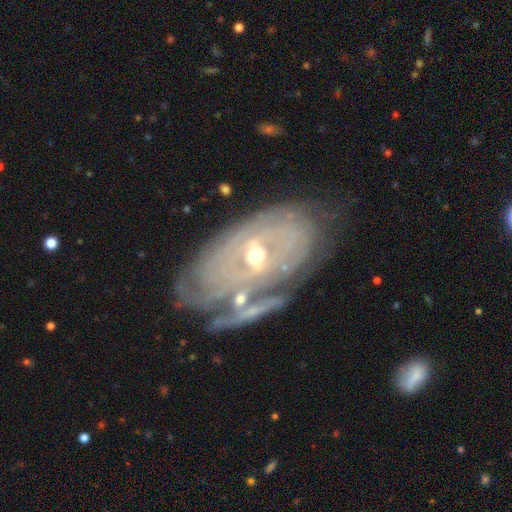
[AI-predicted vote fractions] A featured or disk galaxy (85%) with a weak bar (39%), tight (75%) spiral arms (81%) and a moderate central bulge (63%). Merging: none (47%).